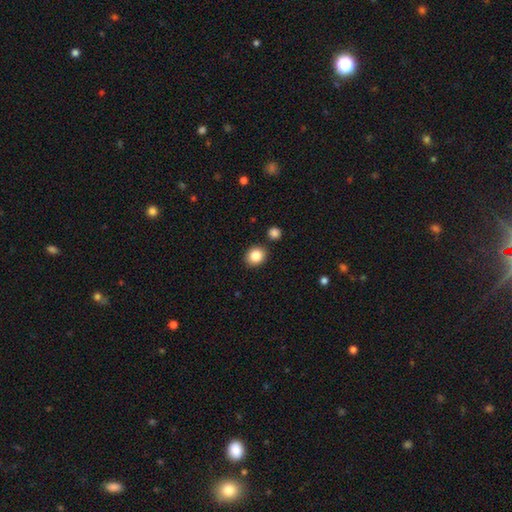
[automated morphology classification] This appears to be a smooth galaxy with no disk features (86%) that is round (72%). Merging: none (87%).